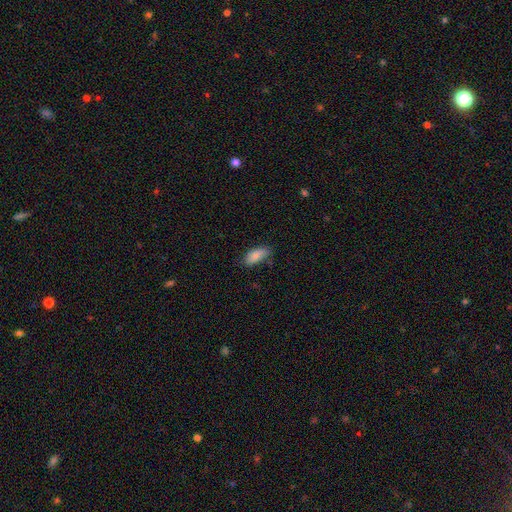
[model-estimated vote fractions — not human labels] The model was most divided on "merging": none: 72%, minor disturbance: 22%, major disturbance: 4%, merger: 2%. More confident: how rounded — in between (89%); smooth or featured — smooth (86%).